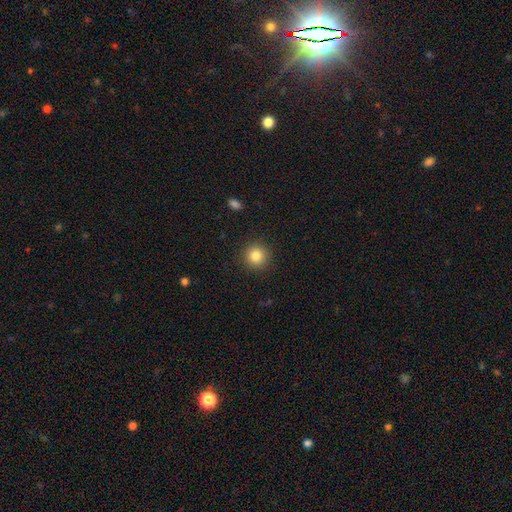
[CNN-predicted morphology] This is clearly a smooth galaxy (84%). How rounded: clearly round (94%). Merging: clearly none (91%).